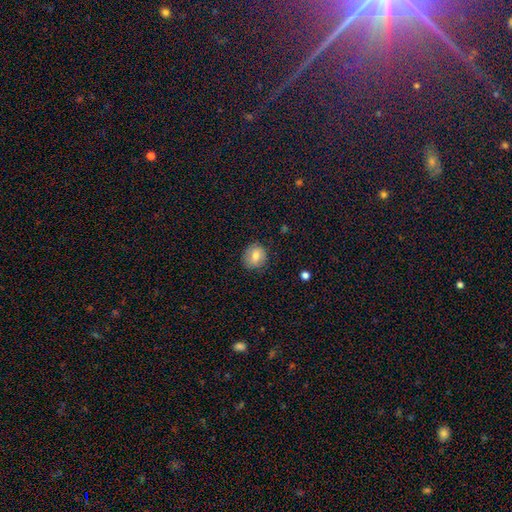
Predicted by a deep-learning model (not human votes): This appears to be a smooth galaxy with no disk features (76%) that is round (74%). Merging: none (81%).